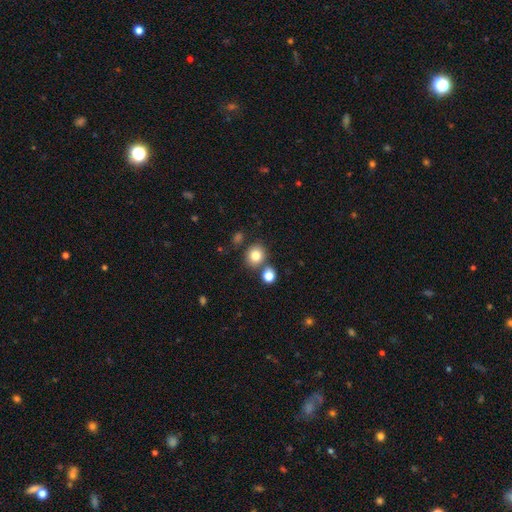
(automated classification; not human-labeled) smooth 81%, star or artifact 12%, featured or disk 7%. Down the decision tree: how rounded — round (78%); merging — none (72%).